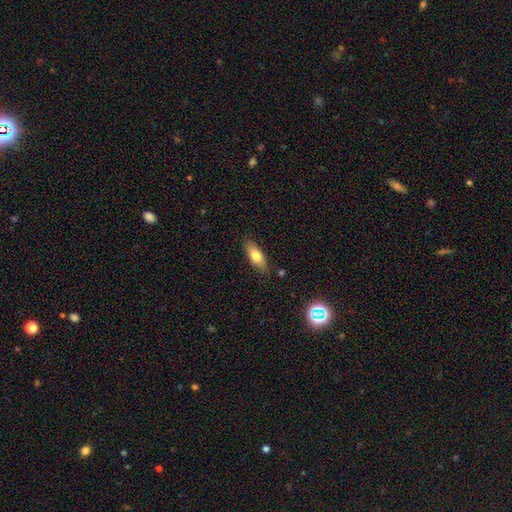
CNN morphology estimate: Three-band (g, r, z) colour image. It shows a smooth galaxy with no disk features (71%) that is in between round and cigar-shaped (65%). Merging: none (84%).